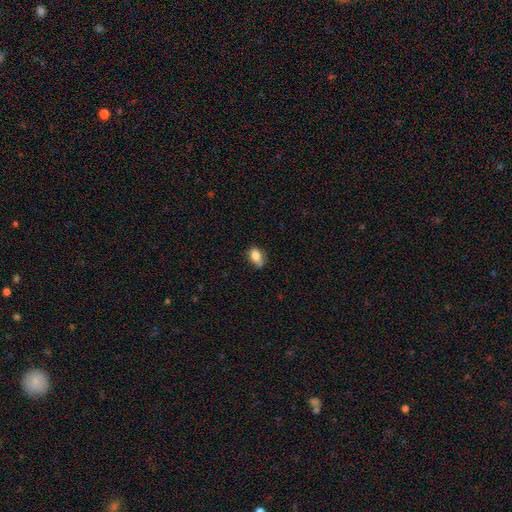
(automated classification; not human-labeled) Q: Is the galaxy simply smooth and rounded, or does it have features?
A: smooth — 80%.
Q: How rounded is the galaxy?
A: in between — 71%.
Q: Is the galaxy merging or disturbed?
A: none — 48%.